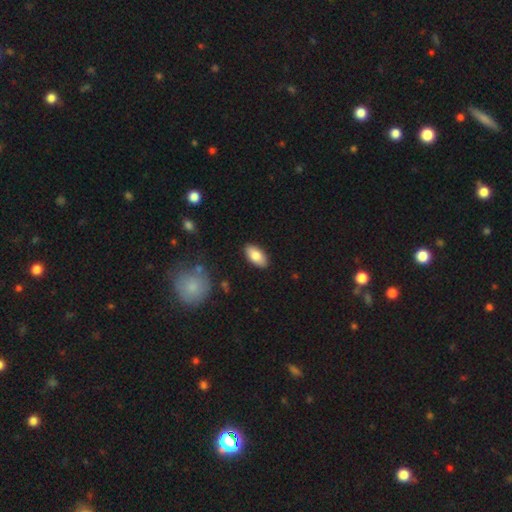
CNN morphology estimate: Smooth or featured?
  - smooth: 83% *
  - featured or disk: 11%
  - star or artifact: 6%
How rounded?
  - in between: 92% *
  - cigar-shaped: 6%
  - round: 2%
Merging?
  - none: 88% *
  - minor disturbance: 9%
  - major disturbance: 2%
  - merger: 1%